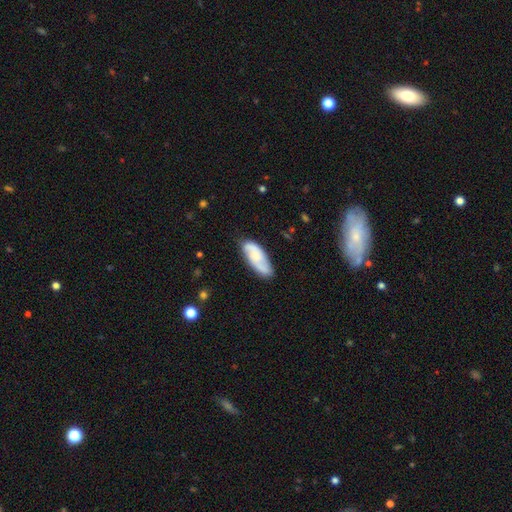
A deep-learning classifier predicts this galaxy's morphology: smooth-or-featured: featured or disk: 50% | smooth: 43% | star or artifact: 6%
  disk-edge-on: no: 90% | yes: 10%
  merging: none: 76% | minor disturbance: 18% | major disturbance: 4% | merger: 2%